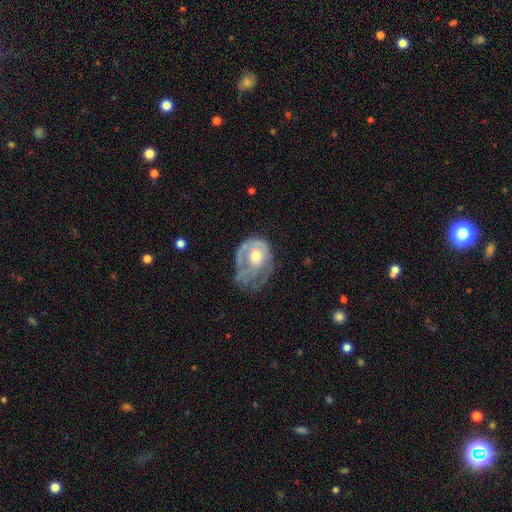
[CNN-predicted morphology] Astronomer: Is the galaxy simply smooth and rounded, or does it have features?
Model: featured or disk — 59% (runner-up: smooth, 34%).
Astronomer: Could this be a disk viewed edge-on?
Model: no — 97%.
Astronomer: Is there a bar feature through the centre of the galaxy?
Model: no — 80%.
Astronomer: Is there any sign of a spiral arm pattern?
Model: no — 52% (runner-up: yes, 48%).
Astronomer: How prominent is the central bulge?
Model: moderate — 64%.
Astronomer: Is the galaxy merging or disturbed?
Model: major disturbance — 41% (runner-up: minor disturbance, 29%).